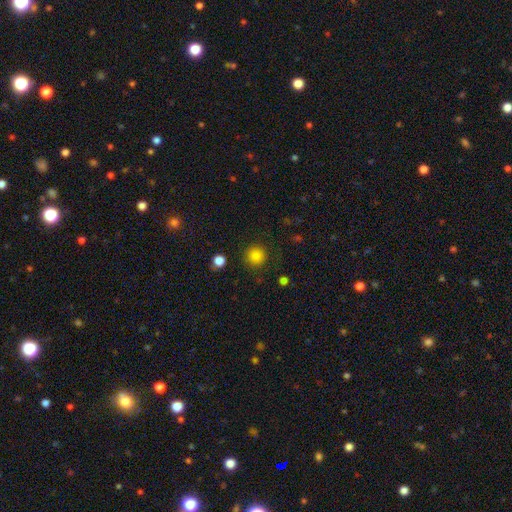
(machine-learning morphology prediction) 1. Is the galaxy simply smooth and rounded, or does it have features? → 84% smooth, 12% star or artifact, 3% featured or disk.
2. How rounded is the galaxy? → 94% round, 5% in between, 1% cigar-shaped.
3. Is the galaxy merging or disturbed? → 90% none, 6% minor disturbance, 3% major disturbance, 1% merger.